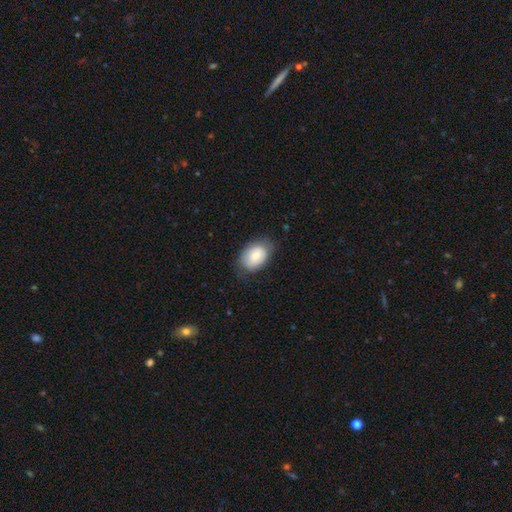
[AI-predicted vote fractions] Smooth or featured?
  - smooth: 79% *
  - featured or disk: 14%
  - star or artifact: 7%
How rounded?
  - in between: 82% *
  - round: 17%
  - cigar-shaped: 1%
Merging?
  - none: 73% *
  - minor disturbance: 20%
  - major disturbance: 5%
  - merger: 1%